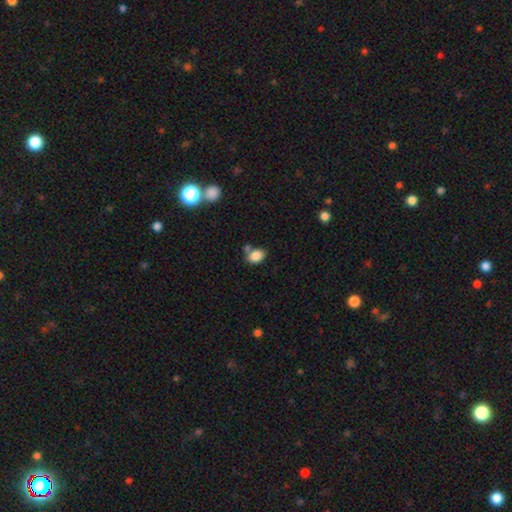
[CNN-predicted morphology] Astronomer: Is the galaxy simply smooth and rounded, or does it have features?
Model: smooth — 85%.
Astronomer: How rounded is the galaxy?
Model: in between — 71%.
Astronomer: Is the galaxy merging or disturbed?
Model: none — 59%.